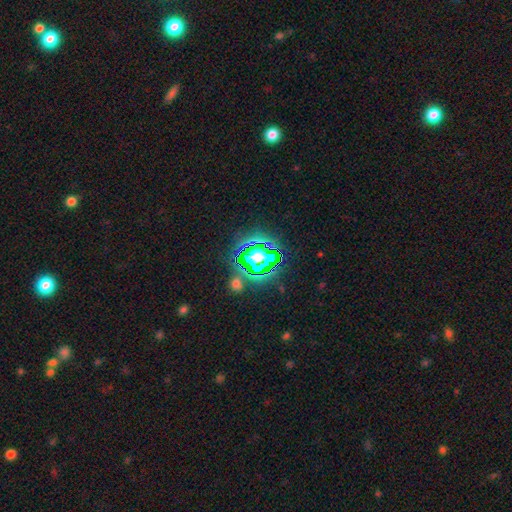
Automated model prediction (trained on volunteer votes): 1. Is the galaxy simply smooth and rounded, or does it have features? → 68% star or artifact, 20% smooth, 12% featured or disk.